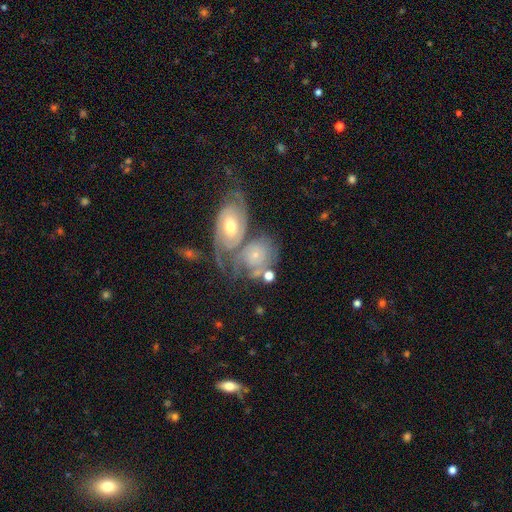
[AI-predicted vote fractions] Morphology: type=featured or disk (60%); edge-on=no (95%); bar=no (77%); spiral arms=yes (80%); bulge=small (60%); merging=merger (46%).